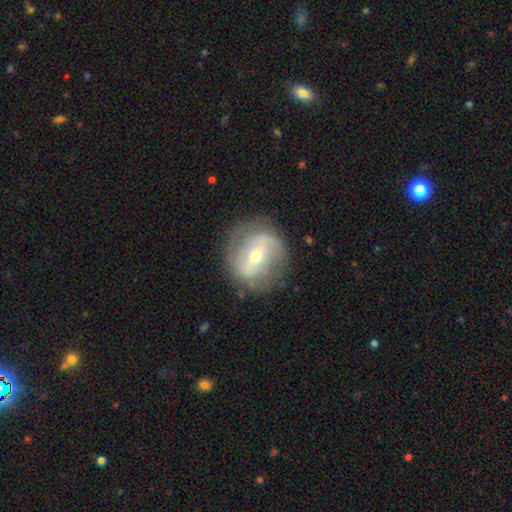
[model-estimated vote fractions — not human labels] A featured or disk galaxy (73%) with a strong bar (42%), spiral arms (72%) and a moderate central bulge (57%). Merging: none (74%).